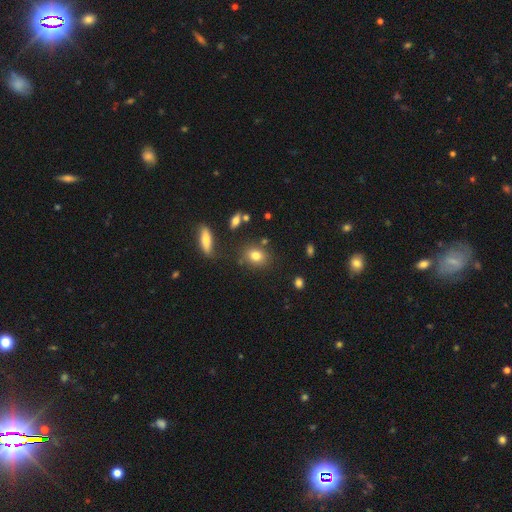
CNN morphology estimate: This is likely a smooth galaxy (79%). How rounded: possibly in between (53%). Merging: likely none (78%).